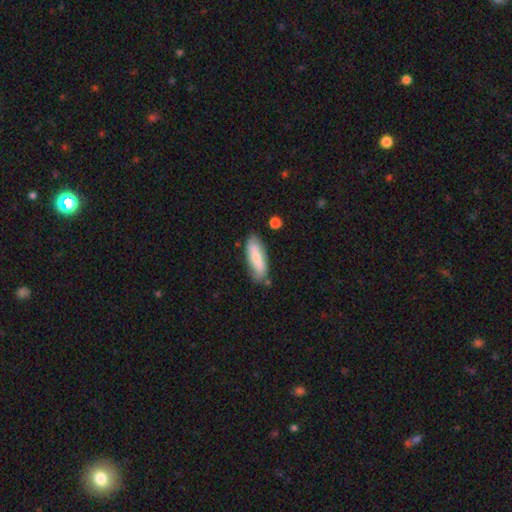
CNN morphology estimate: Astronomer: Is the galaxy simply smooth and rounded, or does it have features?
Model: smooth — 68%.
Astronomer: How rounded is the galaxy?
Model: in between — 55% (runner-up: cigar-shaped, 43%).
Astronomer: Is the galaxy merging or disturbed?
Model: none — 76%.